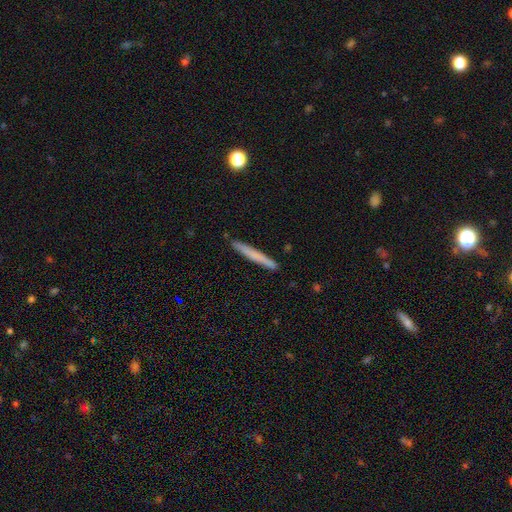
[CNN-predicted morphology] Q: Smooth or featured?
A: smooth (64%); runner-up: featured or disk (29%)
Q: How rounded?
A: cigar-shaped (97%); runner-up: in between (2%)
Q: Merging?
A: none (90%); runner-up: minor disturbance (7%)